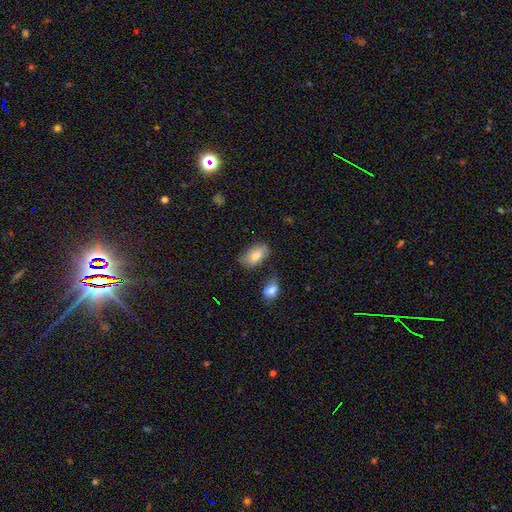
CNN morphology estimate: smooth-or-featured: smooth: 79% | featured or disk: 14% | star or artifact: 7%
  how-rounded: in between: 93% | round: 5% | cigar-shaped: 3%
  merging: none: 71% | minor disturbance: 18% | merger: 7% | major disturbance: 4%